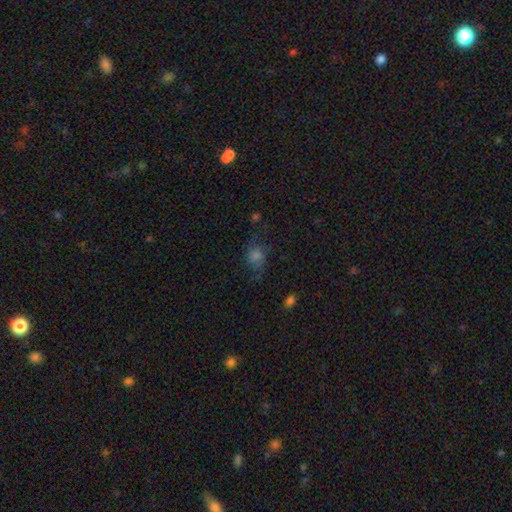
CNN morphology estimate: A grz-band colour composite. It shows a smooth galaxy with no disk features (50%). Merging: none (61%).